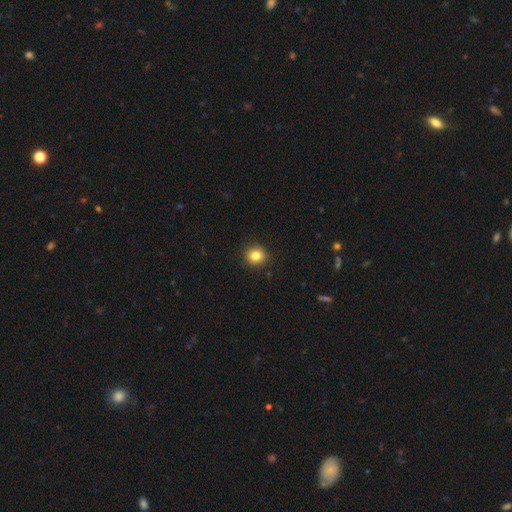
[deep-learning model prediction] Smooth or featured?
  - smooth: 84% *
  - star or artifact: 11%
  - featured or disk: 5%
How rounded?
  - round: 89% *
  - in between: 11%
  - cigar-shaped: 1%
Merging?
  - none: 91% *
  - minor disturbance: 6%
  - major disturbance: 2%
  - merger: 1%